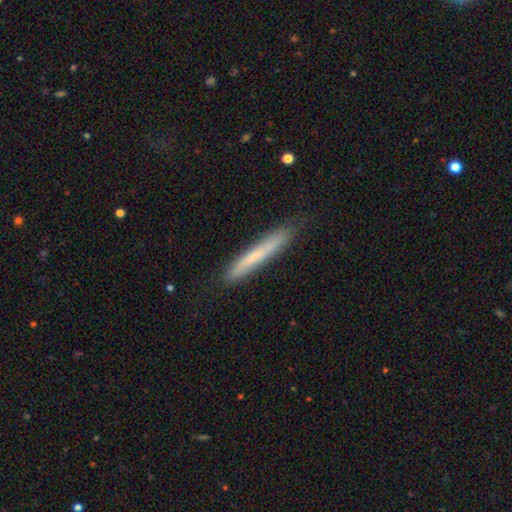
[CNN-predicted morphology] Smooth or featured? Predicted: smooth (p=0.63). How rounded? Predicted: cigar-shaped (p=0.96). Merging? Predicted: none (p=0.83).